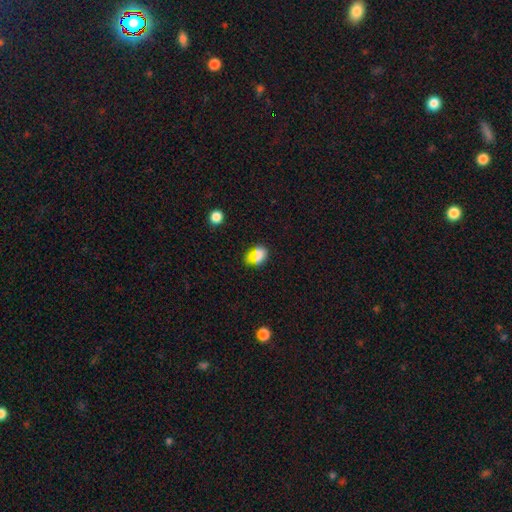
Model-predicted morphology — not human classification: smooth 72%, star or artifact 19%, featured or disk 9%. Down the decision tree: how rounded — in between (63%); merging — none (77%).